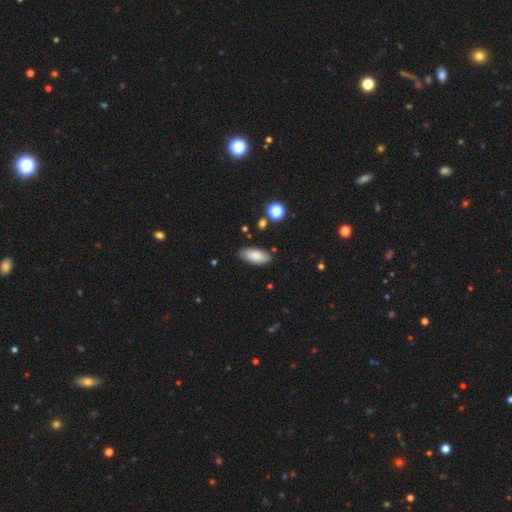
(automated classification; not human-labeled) Smooth or featured? Predicted: smooth (p=0.85). How rounded? Predicted: in between (p=0.88). Merging? Predicted: none (p=0.84).